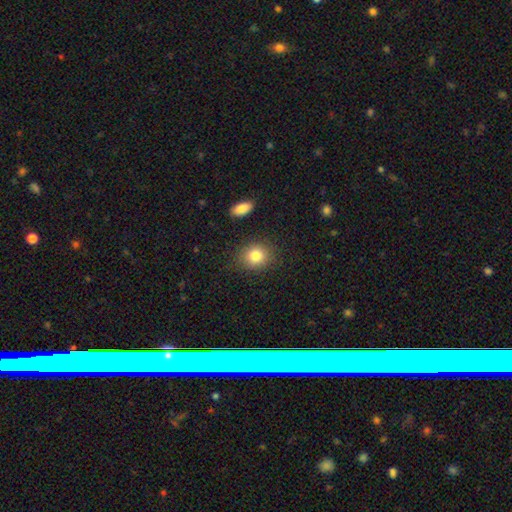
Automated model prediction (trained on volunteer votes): Smooth or featured: smooth — 83% (star or artifact — 9%)
How rounded: round — 69% (in between — 30%)
Merging: none — 85% (minor disturbance — 10%)